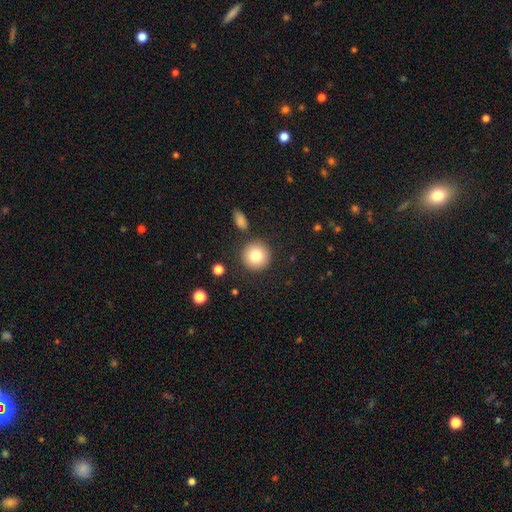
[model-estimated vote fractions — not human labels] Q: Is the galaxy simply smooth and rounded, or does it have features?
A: smooth — 81%.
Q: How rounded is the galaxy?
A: round — 94%.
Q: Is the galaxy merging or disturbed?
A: none — 85%.